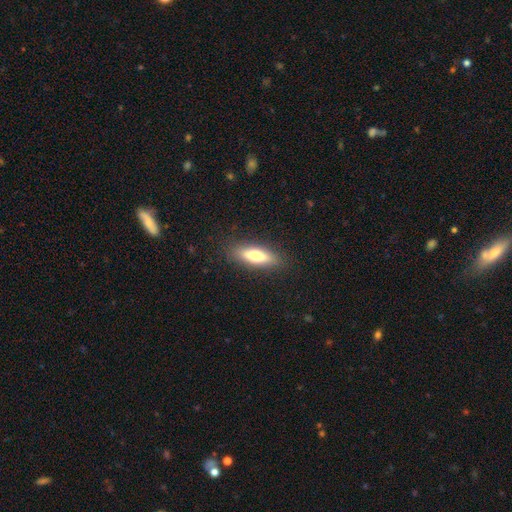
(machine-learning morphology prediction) A smooth galaxy with no disk features (70%) that is cigar-shaped (50%).

Vote fractions:
- Smooth or featured? smooth: 70% / featured or disk: 23% / star or artifact: 7%
- How rounded? cigar-shaped: 50% / in between: 48% / round: 2%
- Merging? none: 87% / minor disturbance: 10% / major disturbance: 3% / merger: 1%